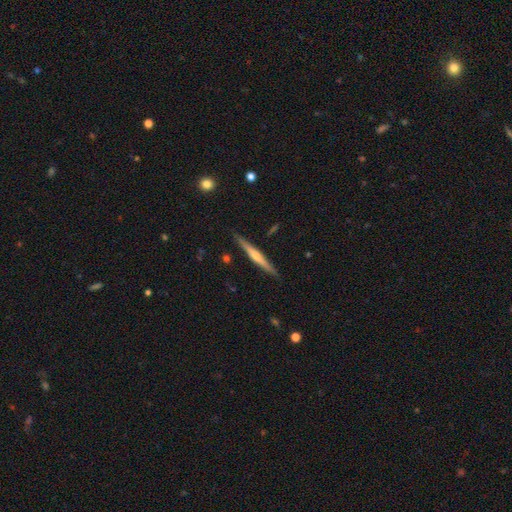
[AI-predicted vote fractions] Morphology: type=featured or disk (65%); edge-on=yes (98%); edge-on bulge=rounded (72%); merging=none (89%).